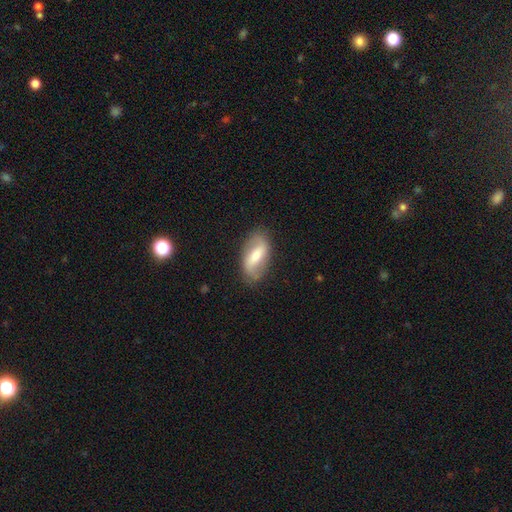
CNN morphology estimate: type=featured or disk (53%); edge-on=no (91%); merging=none (80%).